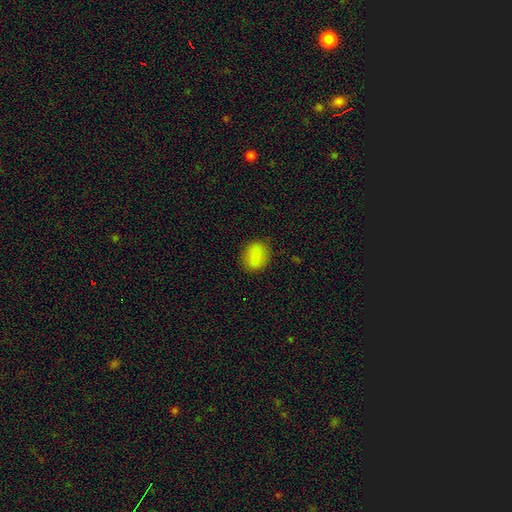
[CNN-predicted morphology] smooth 82%, featured or disk 9%, star or artifact 9%. Down the decision tree: how rounded — in between (63%); merging — none (84%).